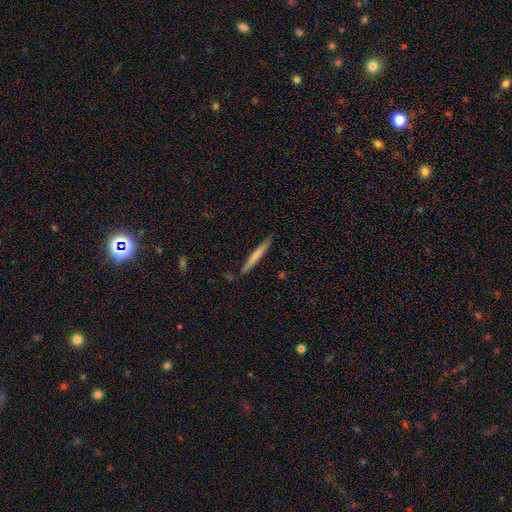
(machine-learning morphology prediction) A smooth galaxy with no disk features (67%) that is cigar-shaped (96%).

Vote fractions:
- Smooth or featured? smooth: 67% / featured or disk: 28% / star or artifact: 5%
- How rounded? cigar-shaped: 96% / in between: 2% / round: 1%
- Merging? none: 87% / minor disturbance: 10% / major disturbance: 2% / merger: 2%